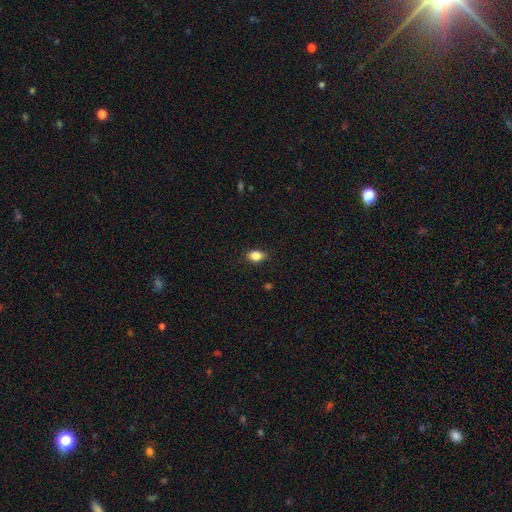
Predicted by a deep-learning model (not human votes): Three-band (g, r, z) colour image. It shows a smooth galaxy with no disk features (84%) that is in between round and cigar-shaped (73%). Merging: none (84%).